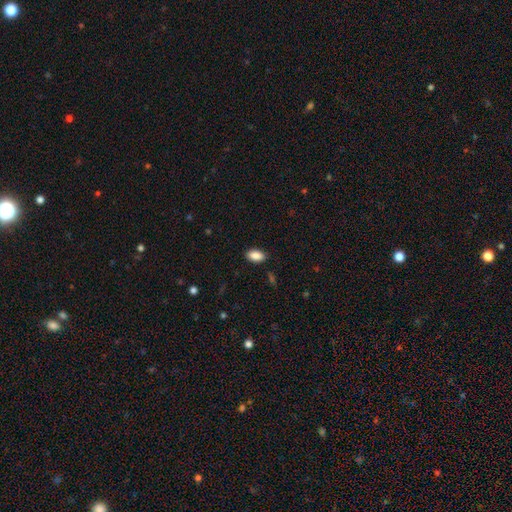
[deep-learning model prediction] smooth_or_featured: smooth (p=0.89) [alt: star or artifact p=0.08]
how_rounded: in between (p=0.93) [alt: round p=0.05]
merging: none (p=0.88) [alt: minor disturbance p=0.09]